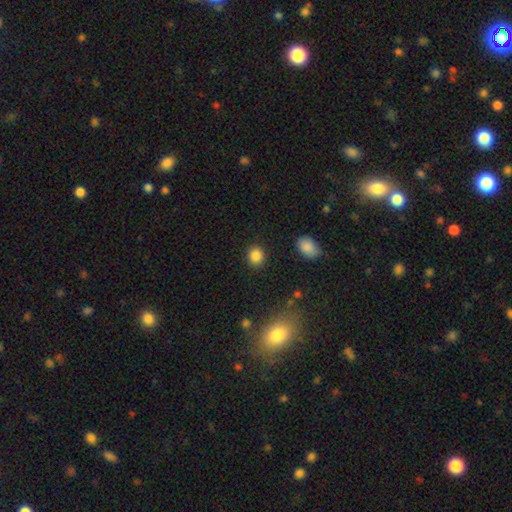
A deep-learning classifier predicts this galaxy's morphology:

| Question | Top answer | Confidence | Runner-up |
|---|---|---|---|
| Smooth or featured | smooth | 86% | star or artifact (10%) |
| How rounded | round | 75% | in between (24%) |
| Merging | none | 89% | minor disturbance (7%) |